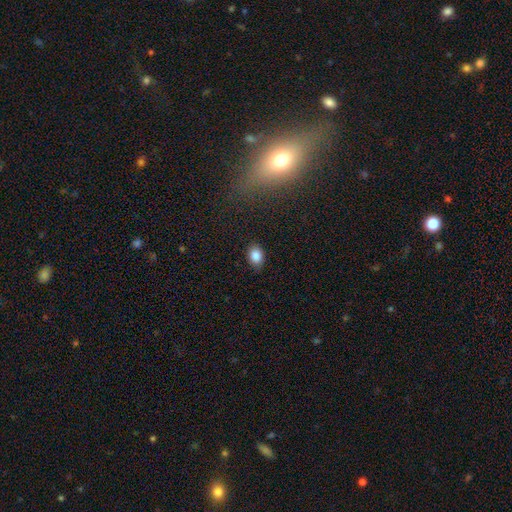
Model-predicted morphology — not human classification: A smooth galaxy with no disk features (86%) that is in between round and cigar-shaped (74%).

Vote fractions:
- Smooth or featured? smooth: 86% / star or artifact: 9% / featured or disk: 5%
- How rounded? in between: 74% / round: 24% / cigar-shaped: 1%
- Merging? none: 86% / minor disturbance: 11% / major disturbance: 2% / merger: 1%